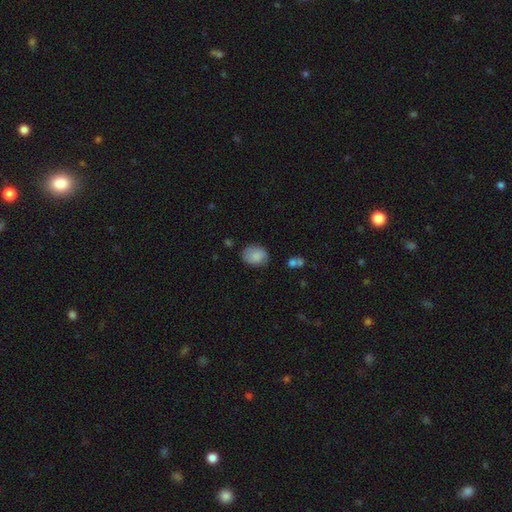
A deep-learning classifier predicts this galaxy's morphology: Smooth or featured?
  - smooth: 82% *
  - featured or disk: 10%
  - star or artifact: 7%
How rounded?
  - in between: 53% *
  - round: 46%
  - cigar-shaped: 1%
Merging?
  - none: 73% *
  - minor disturbance: 20%
  - major disturbance: 5%
  - merger: 3%